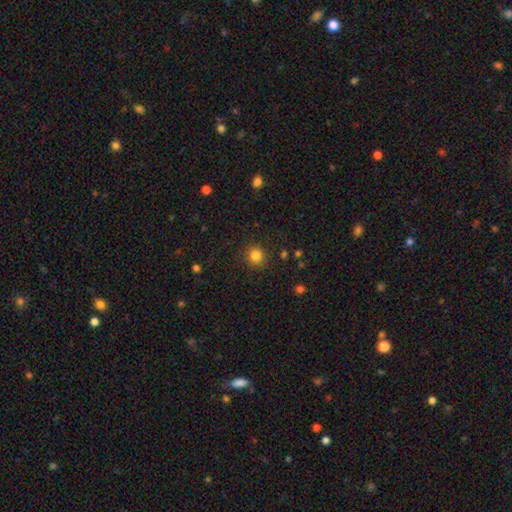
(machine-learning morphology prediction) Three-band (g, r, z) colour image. It shows a smooth galaxy with no disk features (83%) that is round (90%). Merging: none (89%).